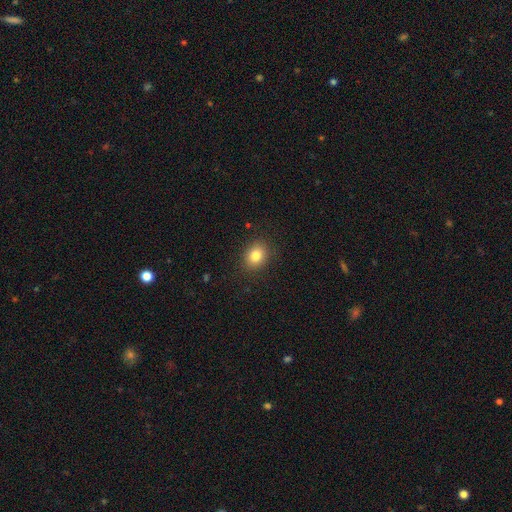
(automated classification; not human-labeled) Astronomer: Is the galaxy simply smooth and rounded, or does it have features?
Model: smooth — 82%.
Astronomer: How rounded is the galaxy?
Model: round — 53% (runner-up: in between, 46%).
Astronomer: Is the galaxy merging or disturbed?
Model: none — 88%.